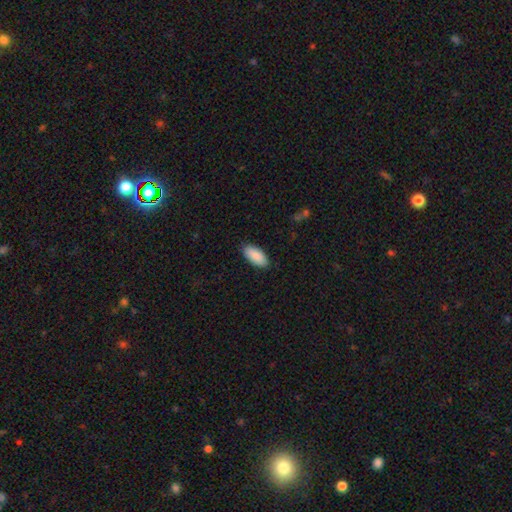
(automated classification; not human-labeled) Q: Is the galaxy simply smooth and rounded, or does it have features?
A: smooth — 90%.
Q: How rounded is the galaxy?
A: in between — 90%.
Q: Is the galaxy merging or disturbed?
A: none — 89%.